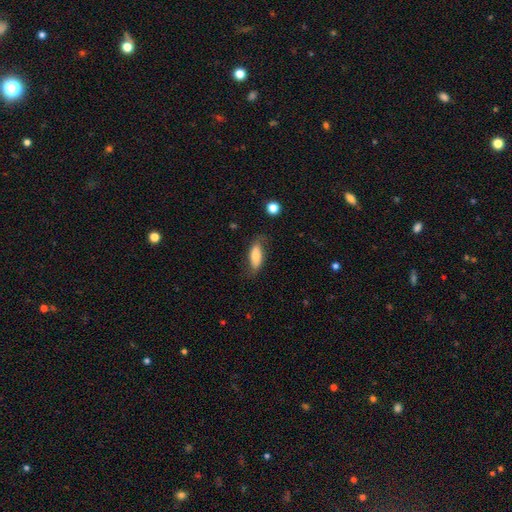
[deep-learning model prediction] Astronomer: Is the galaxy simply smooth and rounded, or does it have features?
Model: smooth — 75%.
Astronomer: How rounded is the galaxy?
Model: in between — 76%.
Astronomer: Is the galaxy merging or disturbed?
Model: none — 65%.